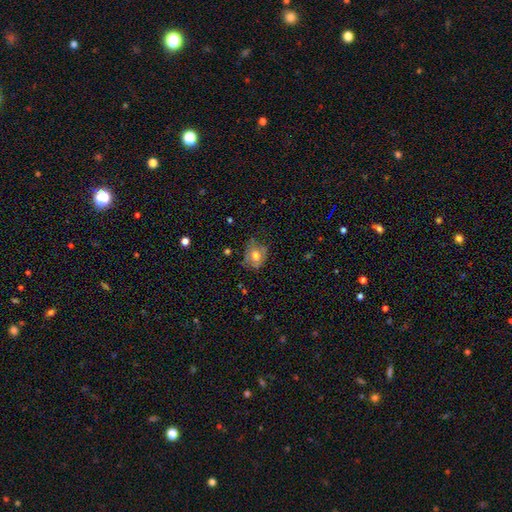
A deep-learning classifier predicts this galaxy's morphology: This is likely a smooth galaxy (63%). How rounded: possibly round (50%). Merging: possibly none (54%).